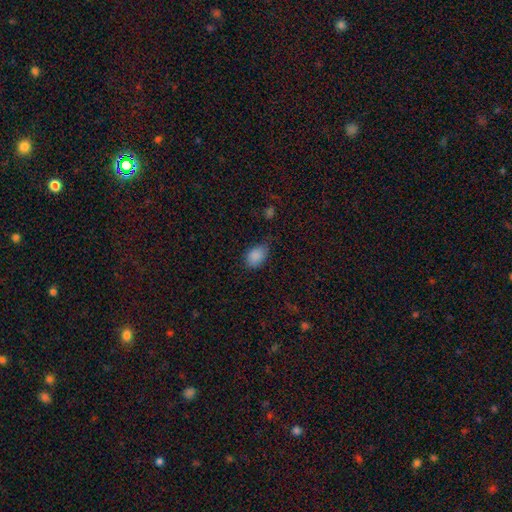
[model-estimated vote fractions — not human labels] Smooth or featured?
  - smooth: 87% *
  - star or artifact: 9%
  - featured or disk: 4%
How rounded?
  - in between: 83% *
  - round: 16%
  - cigar-shaped: 1%
Merging?
  - none: 61% *
  - minor disturbance: 30%
  - major disturbance: 6%
  - merger: 2%